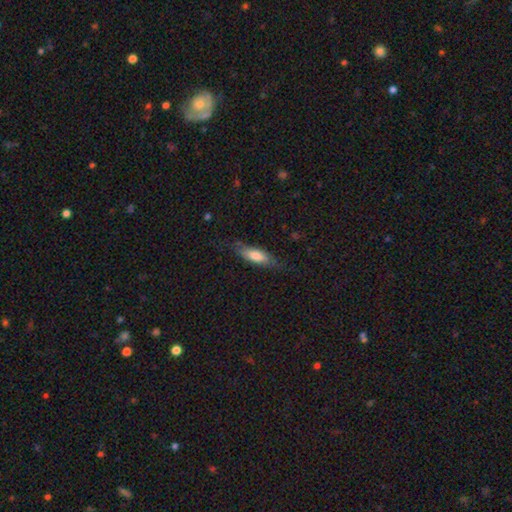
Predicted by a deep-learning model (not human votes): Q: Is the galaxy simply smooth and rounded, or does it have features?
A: smooth — 70%.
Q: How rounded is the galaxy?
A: in between — 55%.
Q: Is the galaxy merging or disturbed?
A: none — 72%.